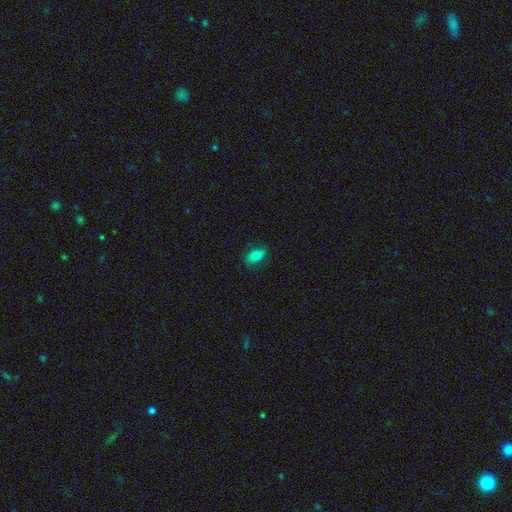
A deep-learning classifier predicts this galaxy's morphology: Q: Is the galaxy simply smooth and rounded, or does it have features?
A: smooth — 79%.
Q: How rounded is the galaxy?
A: in between — 87%.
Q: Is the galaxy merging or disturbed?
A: none — 78%.